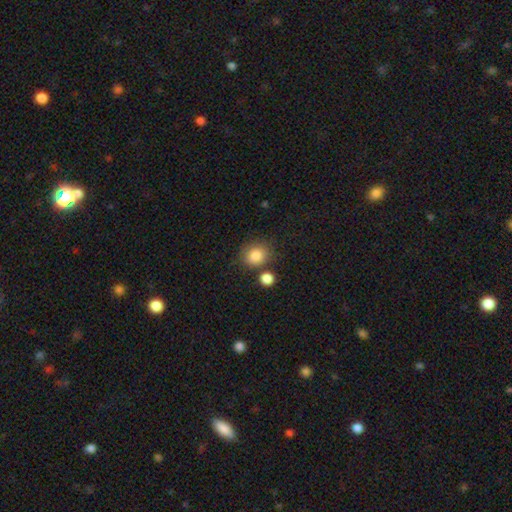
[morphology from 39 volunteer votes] type=smooth (82%); roundness=round (78%); merging=none (71%).